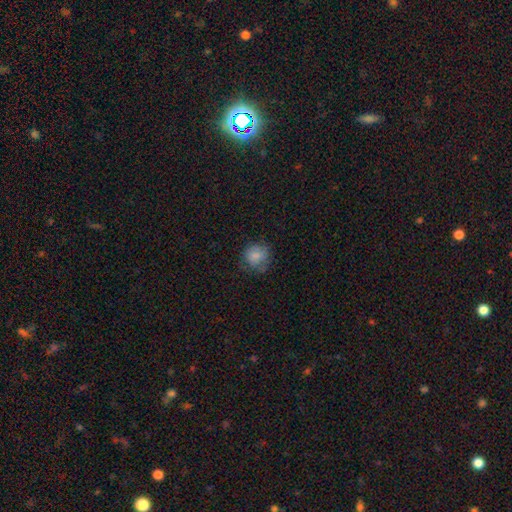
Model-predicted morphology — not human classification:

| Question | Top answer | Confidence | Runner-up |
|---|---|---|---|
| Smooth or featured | smooth | 79% | featured or disk (11%) |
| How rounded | round | 85% | in between (14%) |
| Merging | none | 69% | minor disturbance (21%) |